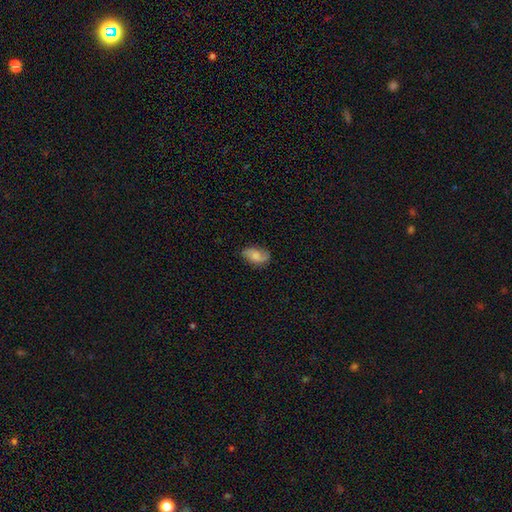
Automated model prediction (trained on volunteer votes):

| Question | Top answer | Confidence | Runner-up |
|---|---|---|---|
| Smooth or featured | smooth | 57% | featured or disk (34%) |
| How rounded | in between | 90% | round (8%) |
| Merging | none | 67% | minor disturbance (24%) |